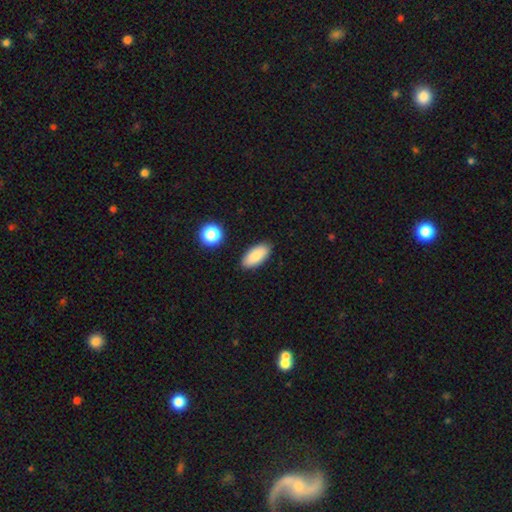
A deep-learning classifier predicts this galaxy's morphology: Smooth or featured? Predicted: smooth (p=0.86). How rounded? Predicted: in between (p=0.90). Merging? Predicted: none (p=0.87).